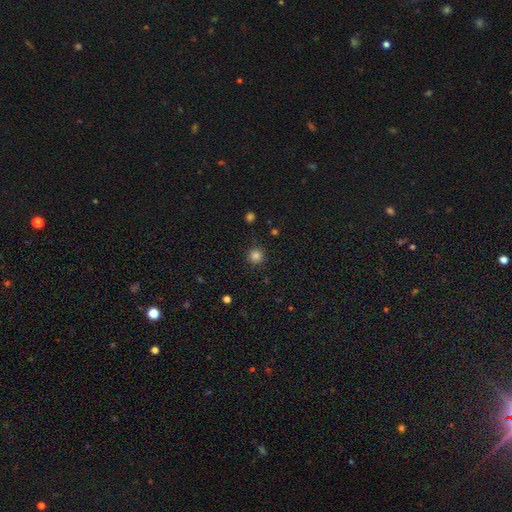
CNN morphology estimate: Smooth or featured: smooth — 83% (star or artifact — 13%)
How rounded: round — 95% (in between — 4%)
Merging: none — 90% (minor disturbance — 7%)